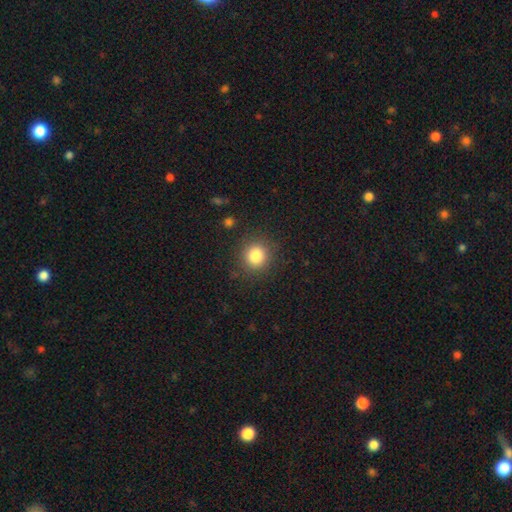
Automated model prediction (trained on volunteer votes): A smooth galaxy with no disk features (83%) that is round (89%). Merging: none (88%).